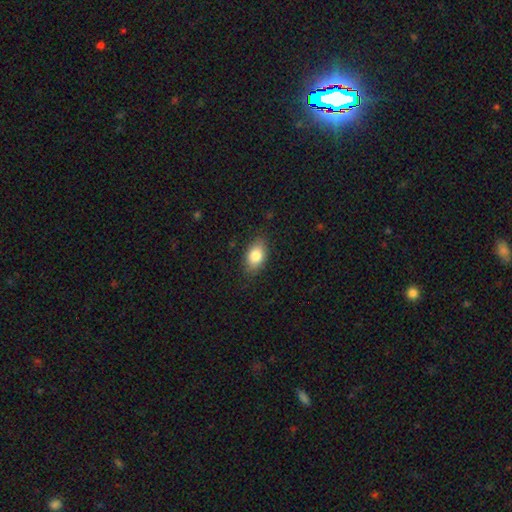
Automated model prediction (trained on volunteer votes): Overall: smooth (83%). How rounded: in between (86%). Merging: none (83%).